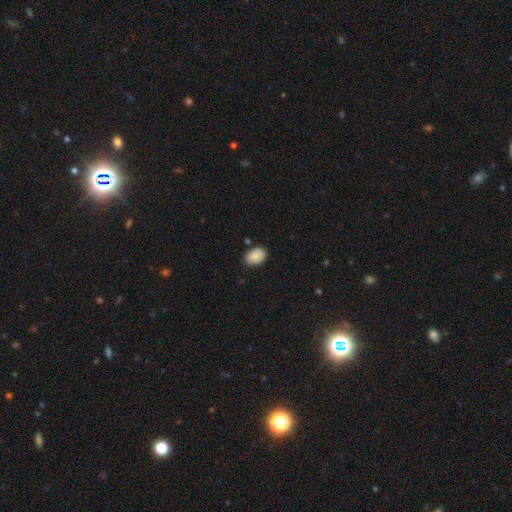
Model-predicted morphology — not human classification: smooth_or_featured: smooth (p=0.86) [alt: star or artifact p=0.07]
how_rounded: in between (p=0.80) [alt: round p=0.19]
merging: none (p=0.74) [alt: minor disturbance p=0.20]